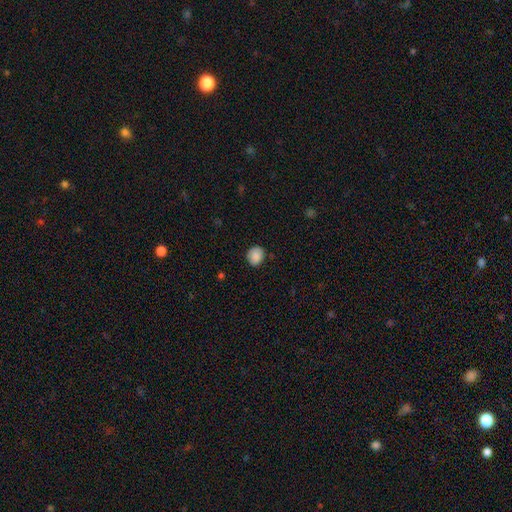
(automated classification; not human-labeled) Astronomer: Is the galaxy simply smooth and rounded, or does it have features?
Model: smooth — 87%.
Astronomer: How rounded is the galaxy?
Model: round — 68%.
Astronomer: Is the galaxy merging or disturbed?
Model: none — 82%.